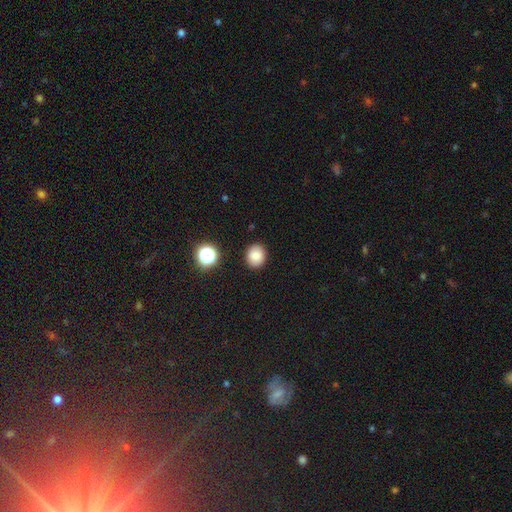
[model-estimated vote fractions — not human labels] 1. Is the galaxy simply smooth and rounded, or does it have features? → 83% smooth, 11% star or artifact, 5% featured or disk.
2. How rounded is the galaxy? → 64% round, 36% in between, 1% cigar-shaped.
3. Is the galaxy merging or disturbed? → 89% none, 7% minor disturbance, 2% major disturbance, 2% merger.